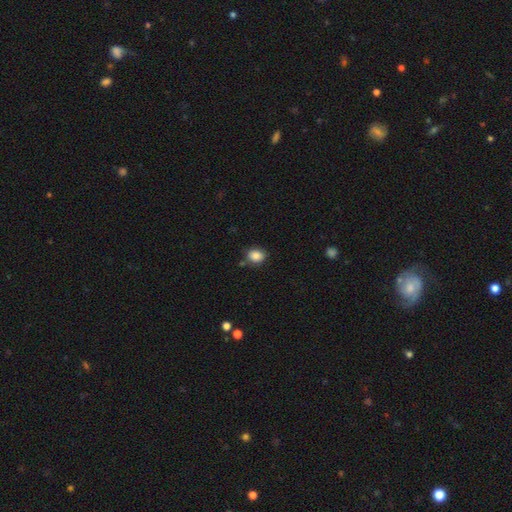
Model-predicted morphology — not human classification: Smooth or featured: smooth — 85% (star or artifact — 9%)
How rounded: round — 50% (in between — 49%)
Merging: none — 76% (minor disturbance — 15%)